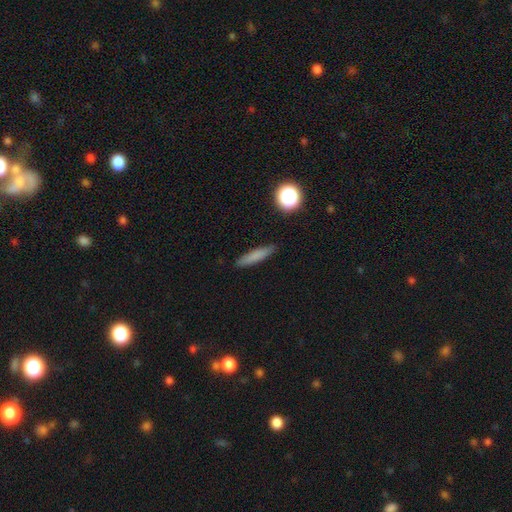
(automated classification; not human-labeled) Morphology: type=smooth (76%); roundness=cigar-shaped (86%); merging=none (87%).